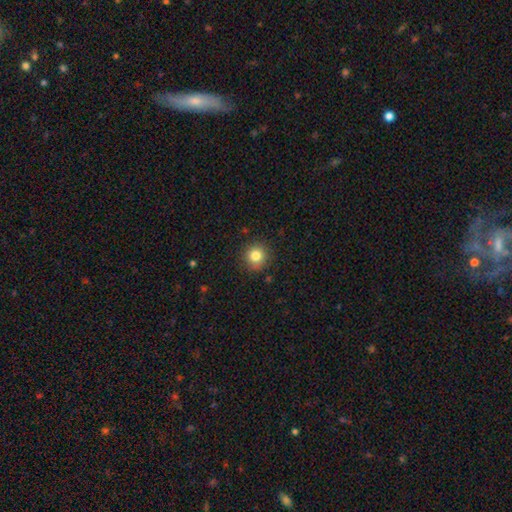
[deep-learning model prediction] The model was most divided on "smooth or featured": smooth: 82%, star or artifact: 11%, featured or disk: 6%. More confident: how rounded — round (93%); merging — none (89%).